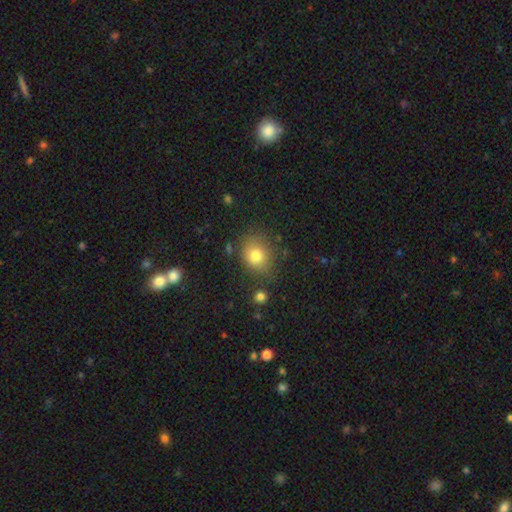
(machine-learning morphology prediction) Q: Smooth or featured?
A: smooth (79%); runner-up: star or artifact (12%)
Q: How rounded?
A: round (65%); runner-up: in between (34%)
Q: Merging?
A: none (73%); runner-up: minor disturbance (17%)